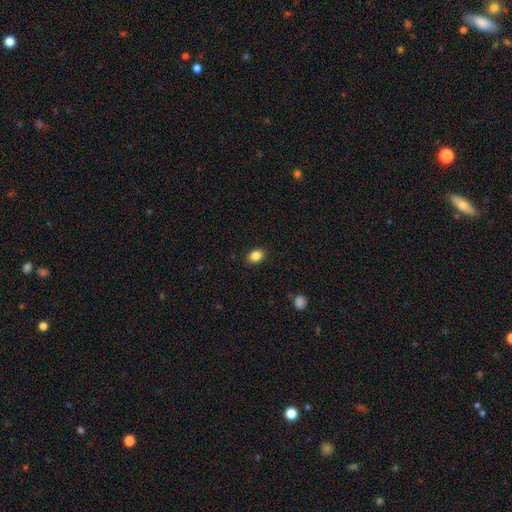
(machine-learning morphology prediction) A smooth galaxy with no disk features (86%) that is in between round and cigar-shaped (60%).

Vote fractions:
- Smooth or featured? smooth: 86% / star or artifact: 10% / featured or disk: 4%
- How rounded? in between: 60% / round: 39% / cigar-shaped: 1%
- Merging? none: 89% / minor disturbance: 8% / major disturbance: 2% / merger: 1%